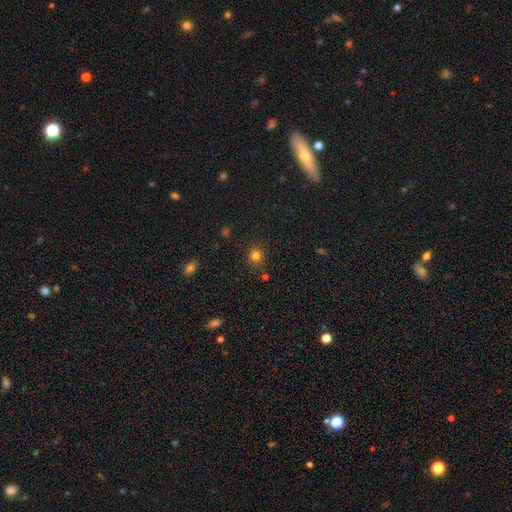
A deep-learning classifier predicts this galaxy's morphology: smooth 80%, star or artifact 15%, featured or disk 5%. Down the decision tree: how rounded — round (89%); merging — none (85%).